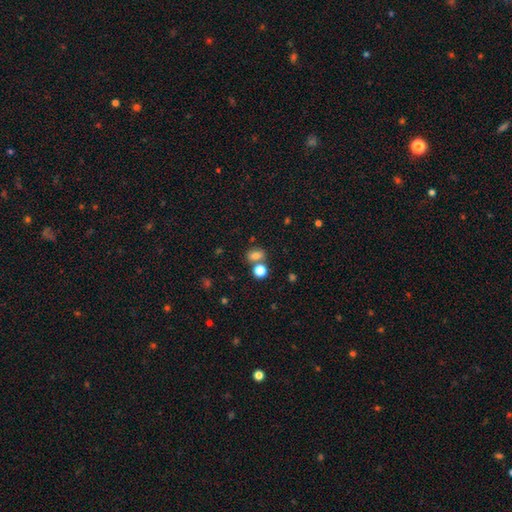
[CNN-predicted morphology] This appears to be a smooth galaxy with no disk features (77%) that is in between round and cigar-shaped (60%). Merging: none (56%).